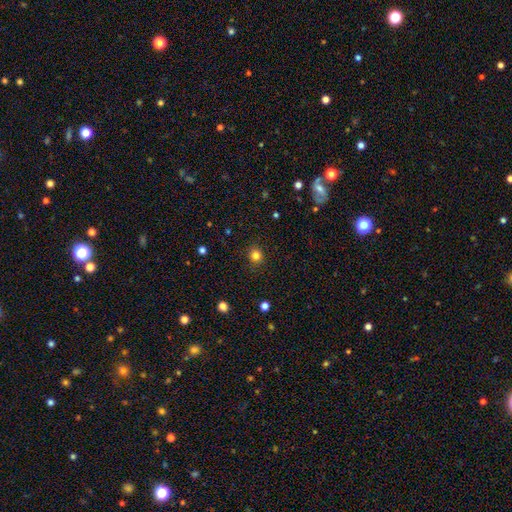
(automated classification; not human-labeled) A smooth galaxy with no disk features (82%) that is round (85%). Merging: none (88%).